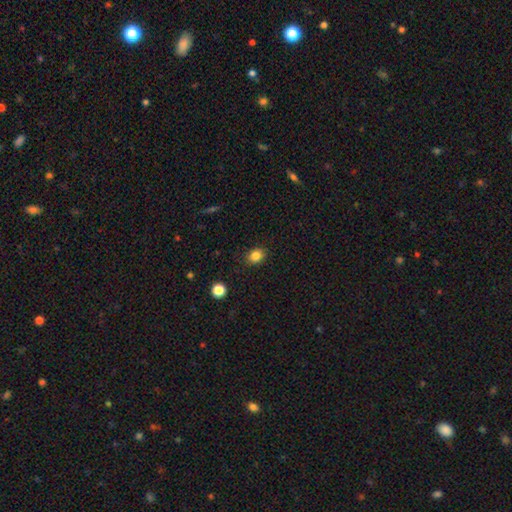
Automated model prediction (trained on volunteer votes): smooth 84%, star or artifact 12%, featured or disk 5%. Down the decision tree: how rounded — round (54%); merging — none (87%).